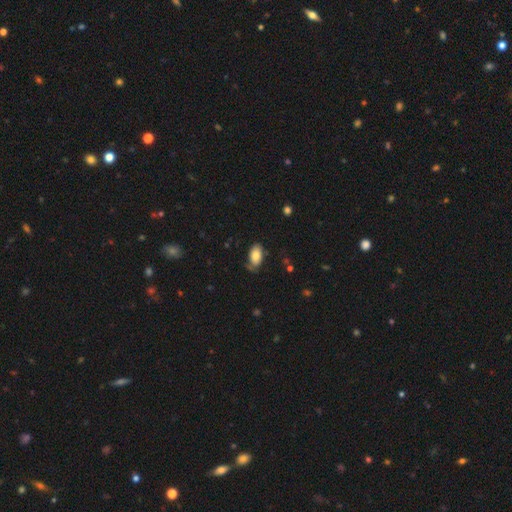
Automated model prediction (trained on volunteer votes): The model was most divided on "merging": none: 68%, minor disturbance: 23%, major disturbance: 7%, merger: 3%. More confident: how rounded — in between (94%); smooth or featured — smooth (81%).